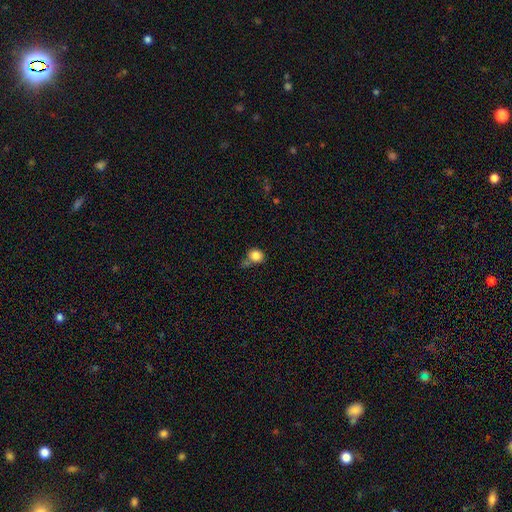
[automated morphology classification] Smooth or featured?
  - smooth: 84% *
  - star or artifact: 10%
  - featured or disk: 6%
How rounded?
  - round: 78% *
  - in between: 21%
  - cigar-shaped: 1%
Merging?
  - none: 54% *
  - minor disturbance: 20%
  - merger: 18%
  - major disturbance: 8%